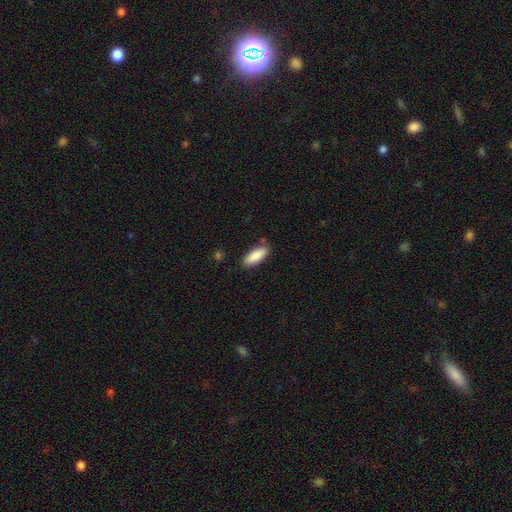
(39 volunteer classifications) A smooth galaxy with no disk features (95%) that is in between round and cigar-shaped (65%). Merging: none (89%).